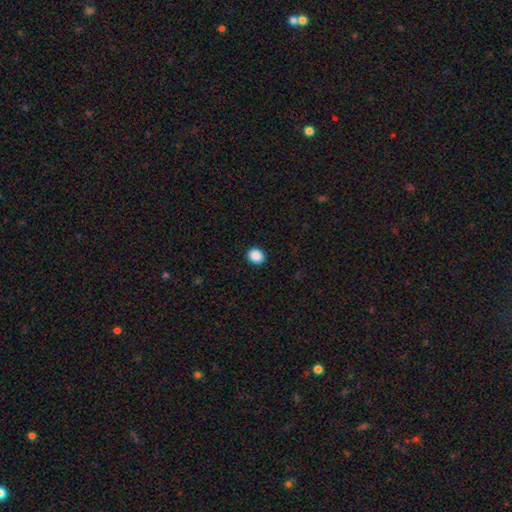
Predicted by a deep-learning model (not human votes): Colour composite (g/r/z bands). It shows a smooth galaxy with no disk features (90%) that is round (59%). Merging: none (92%).